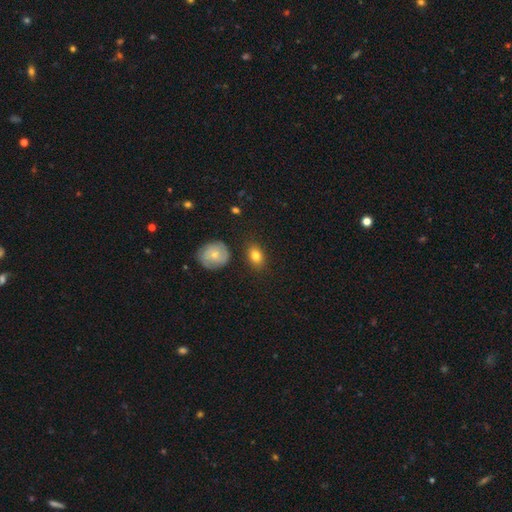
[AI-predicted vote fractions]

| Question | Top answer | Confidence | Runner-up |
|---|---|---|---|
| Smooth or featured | smooth | 81% | featured or disk (11%) |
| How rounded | in between | 73% | round (26%) |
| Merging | none | 81% | minor disturbance (13%) |